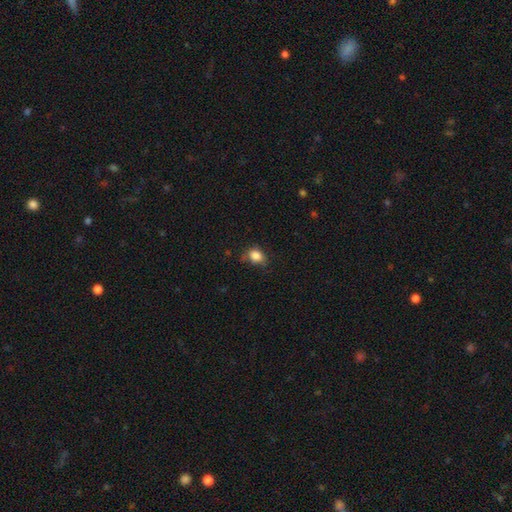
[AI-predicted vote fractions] Smooth or featured?
  - smooth: 84% *
  - star or artifact: 10%
  - featured or disk: 6%
How rounded?
  - in between: 61% *
  - round: 38%
  - cigar-shaped: 1%
Merging?
  - none: 59% *
  - minor disturbance: 30%
  - major disturbance: 8%
  - merger: 2%